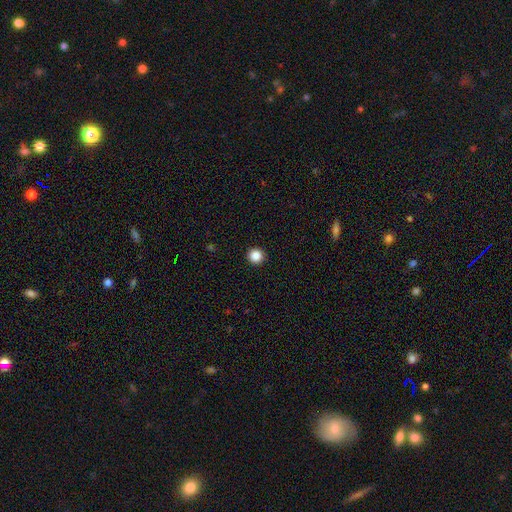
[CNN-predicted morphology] Overall: smooth (86%). How rounded: round (96%). Merging: none (94%).